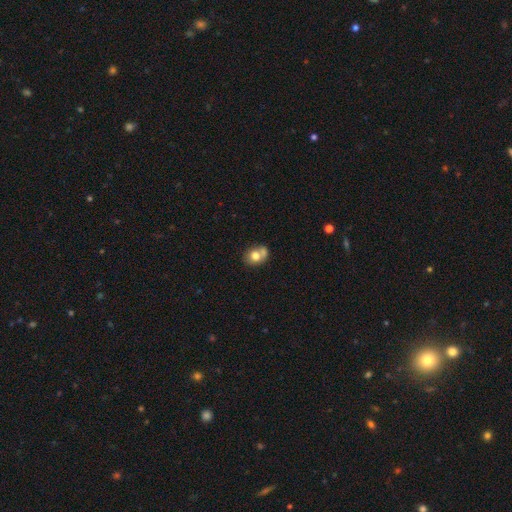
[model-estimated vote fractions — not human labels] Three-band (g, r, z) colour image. It shows a smooth galaxy with no disk features (73%) that is round (59%). Merging: none (43%).